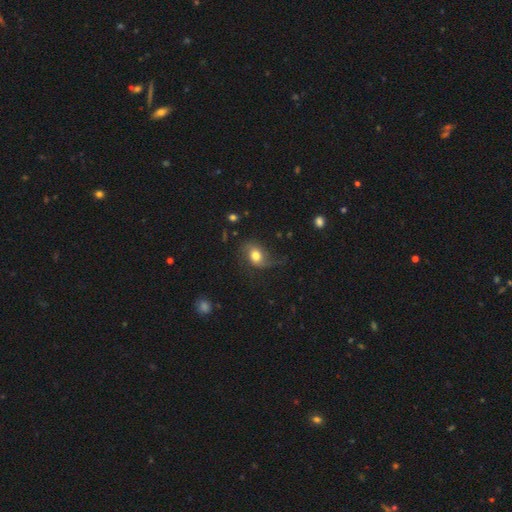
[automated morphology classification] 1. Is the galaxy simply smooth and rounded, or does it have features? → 45% featured or disk (tied), 45% smooth (tied), 10% star or artifact.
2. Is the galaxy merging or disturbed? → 59% none, 23% minor disturbance, 16% major disturbance, 2% merger.